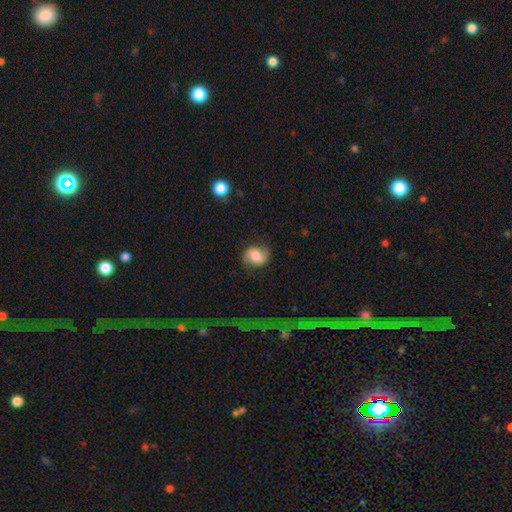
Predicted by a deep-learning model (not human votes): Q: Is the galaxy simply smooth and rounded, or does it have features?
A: smooth — 60%.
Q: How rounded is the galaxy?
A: round — 59%.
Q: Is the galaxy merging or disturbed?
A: none — 74%.